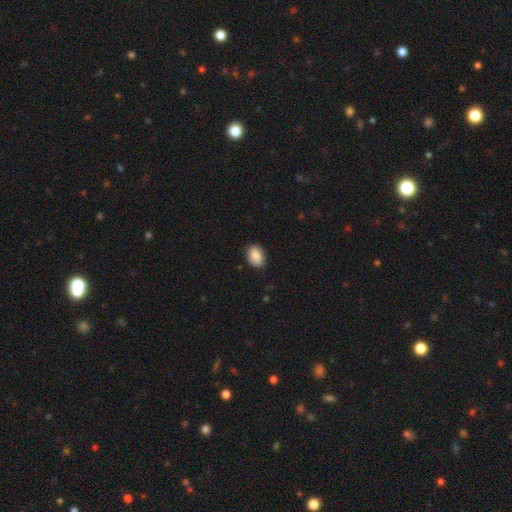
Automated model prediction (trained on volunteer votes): Overall: smooth (87%). How rounded: in between (77%). Merging: none (83%).